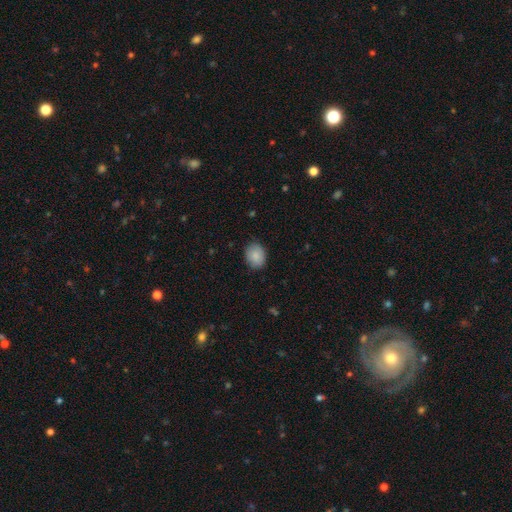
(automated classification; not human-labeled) The model was most divided on "how rounded": in between: 56%, round: 44%, cigar-shaped: 1%. More confident: smooth or featured — smooth (87%); merging — none (84%).